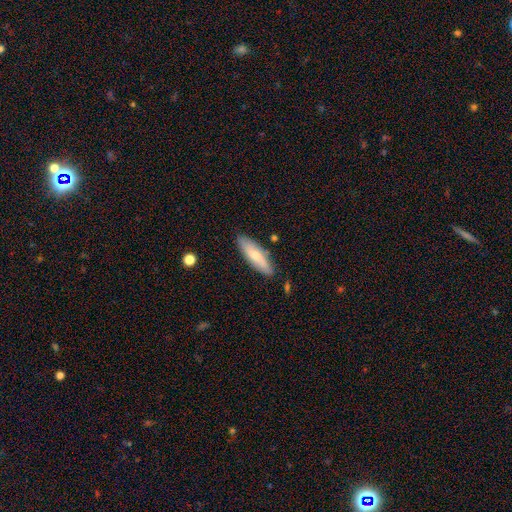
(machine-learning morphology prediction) Smooth or featured? smooth (66%)
How rounded? cigar-shaped (51%)
Merging? none (83%)